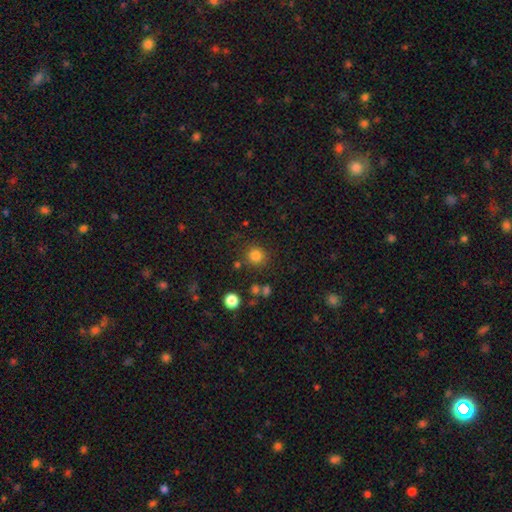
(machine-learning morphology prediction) This is clearly a smooth galaxy (81%). How rounded: clearly round (90%). Merging: clearly none (83%).